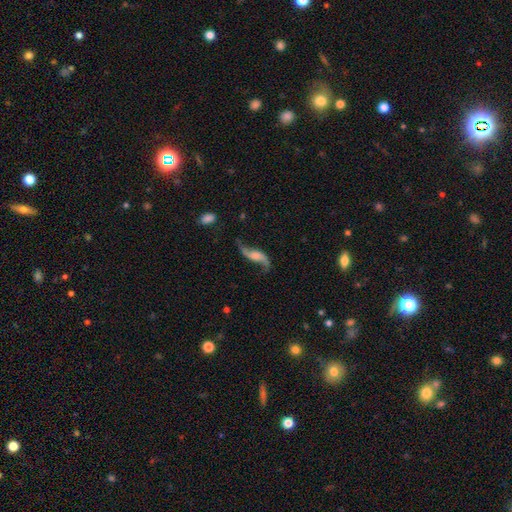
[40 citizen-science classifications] A featured or disk galaxy (75%) with no bar (70%), 2 (93%) loose (100%) spiral arms (90%) and no central bulge (47%).

Vote fractions:
- Smooth or featured? featured or disk: 75% / smooth: 12% / star or artifact: 12%
- Edge-on disk? no: 100% / yes: 0%
- Bar? no: 70% / weak: 30% / strong: 0%
- Spiral arms? yes: 90% / no: 10%
- Spiral winding? loose: 100% / tight: 0% / medium: 0%
- Spiral arm count? 2: 93% / 1: 4% / more than 4: 4% / 3: 0% / 4: 0% / can't tell: 0%
- Bulge size? none: 47% / large: 17% / moderate: 17% / small: 13% / dominant: 7%
- Merging? none: 49% / major disturbance: 26% / minor disturbance: 23% / merger: 3%